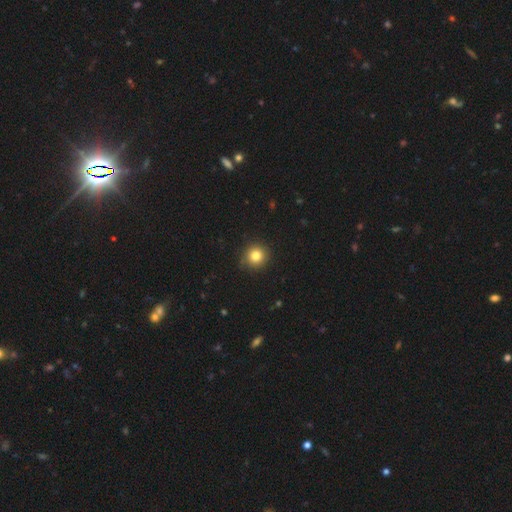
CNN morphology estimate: Smooth or featured: smooth — 82% (star or artifact — 12%)
How rounded: round — 93% (in between — 6%)
Merging: none — 89% (minor disturbance — 8%)